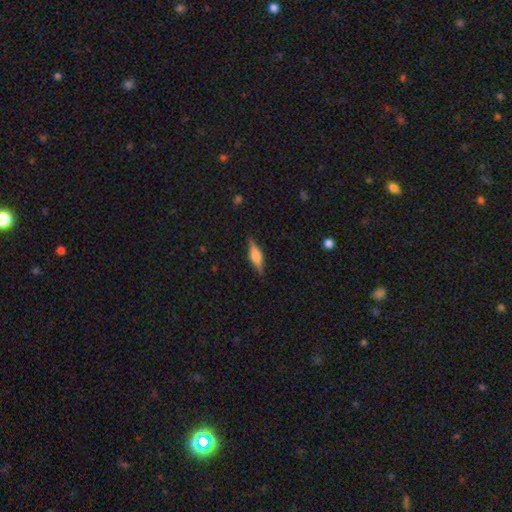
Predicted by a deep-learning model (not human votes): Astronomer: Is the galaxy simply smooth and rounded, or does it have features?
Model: featured or disk — 50% (runner-up: smooth, 42%).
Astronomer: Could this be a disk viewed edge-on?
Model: yes — 95%.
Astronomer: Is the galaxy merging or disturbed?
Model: none — 87%.